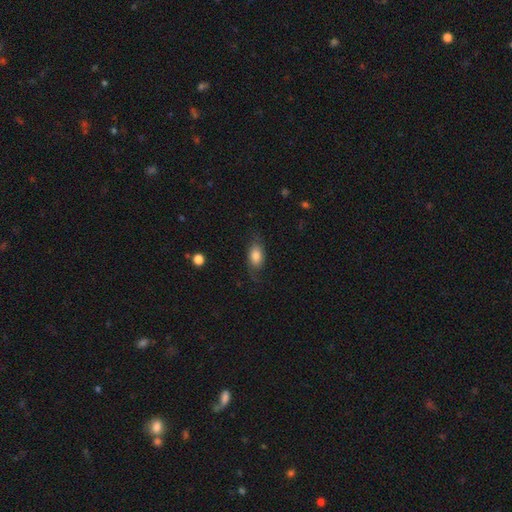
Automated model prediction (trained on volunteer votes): A smooth galaxy with no disk features (73%) that is in between round and cigar-shaped (86%).

Vote fractions:
- Smooth or featured? smooth: 73% / featured or disk: 20% / star or artifact: 7%
- How rounded? in between: 86% / round: 8% / cigar-shaped: 6%
- Merging? none: 69% / minor disturbance: 21% / major disturbance: 9% / merger: 1%